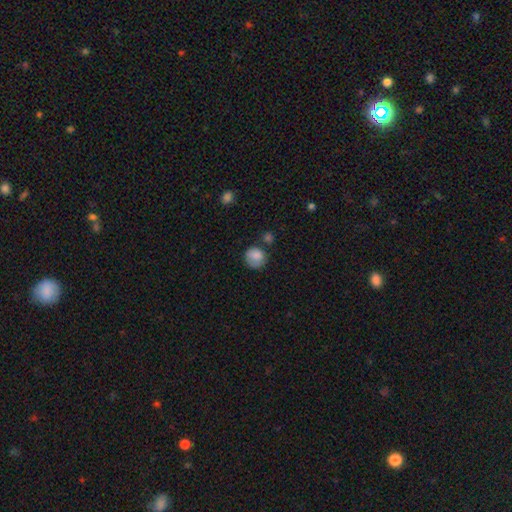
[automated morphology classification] This appears to be a smooth galaxy with no disk features (80%) that is round (80%). Merging: none (57%).